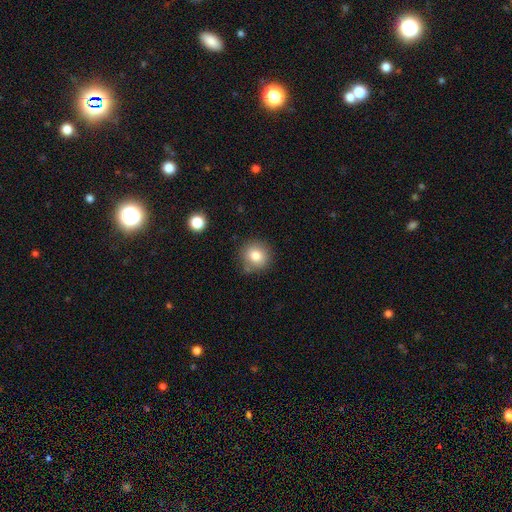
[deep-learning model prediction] smooth_or_featured: smooth (p=0.80) [alt: star or artifact p=0.11]
how_rounded: round (p=0.91) [alt: in between p=0.08]
merging: none (p=0.80) [alt: minor disturbance p=0.13]